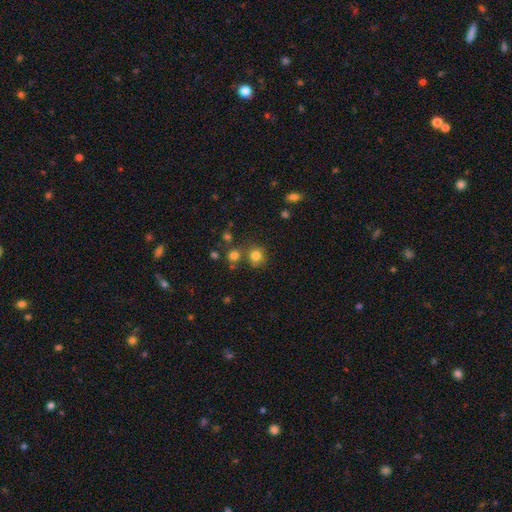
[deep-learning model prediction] smooth 80%, star or artifact 13%, featured or disk 6%. Down the decision tree: how rounded — round (88%); merging — none (75%).